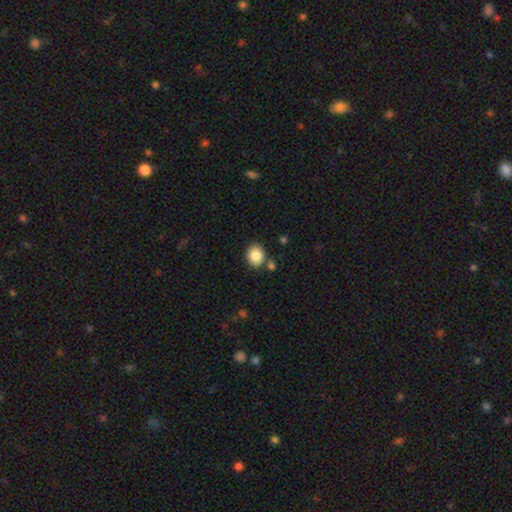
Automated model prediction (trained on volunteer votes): Smooth or featured?
  - smooth: 85% *
  - star or artifact: 9%
  - featured or disk: 6%
How rounded?
  - round: 61% *
  - in between: 39%
  - cigar-shaped: 1%
Merging?
  - none: 79% *
  - minor disturbance: 10%
  - merger: 8%
  - major disturbance: 3%